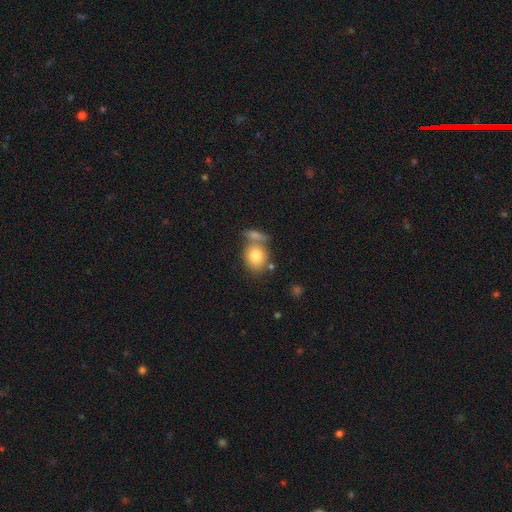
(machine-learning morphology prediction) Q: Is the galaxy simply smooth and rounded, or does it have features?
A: smooth — 79%.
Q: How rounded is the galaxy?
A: round — 60%.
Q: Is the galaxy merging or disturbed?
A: none — 50%.